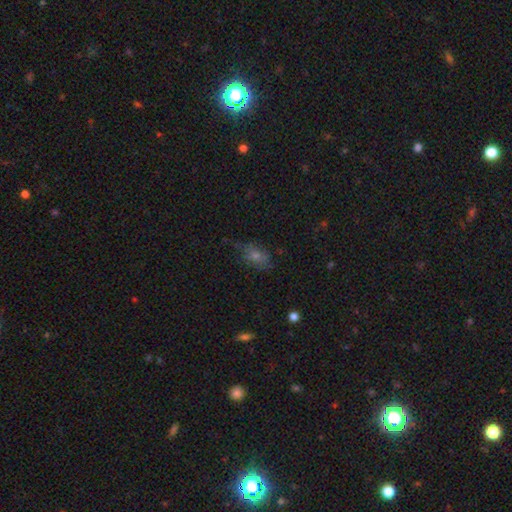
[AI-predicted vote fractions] Overall: smooth (49%; featured or disk 27%). Merging: none (63%; minor disturbance 25%).